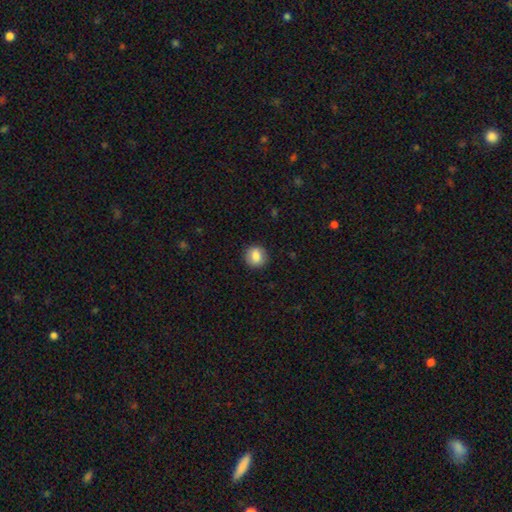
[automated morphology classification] A smooth galaxy with no disk features (82%) that is round (86%).

Vote fractions:
- Smooth or featured? smooth: 82% / featured or disk: 9% / star or artifact: 8%
- How rounded? round: 86% / in between: 13% / cigar-shaped: 1%
- Merging? none: 89% / minor disturbance: 8% / major disturbance: 2% / merger: 1%